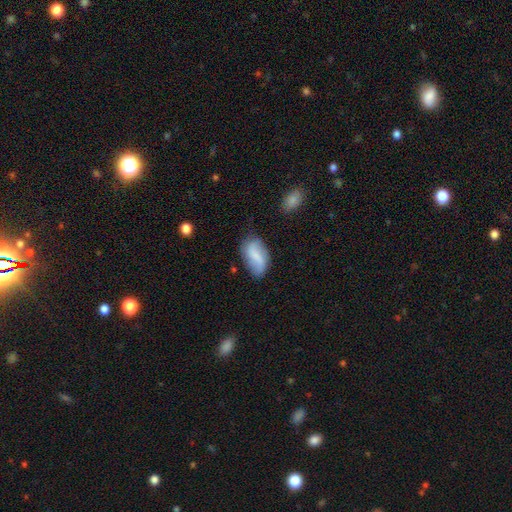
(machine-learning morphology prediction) smooth 62%, featured or disk 31%, star or artifact 8%. Down the decision tree: how rounded — in between (92%); merging — none (64%).